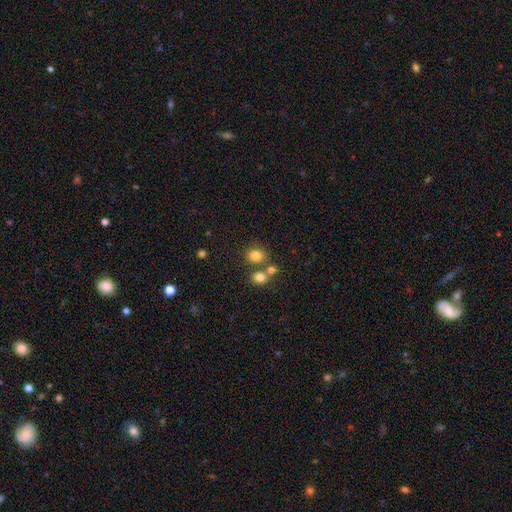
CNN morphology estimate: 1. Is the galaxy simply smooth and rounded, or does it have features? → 79% smooth, 14% star or artifact, 7% featured or disk.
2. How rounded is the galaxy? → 74% round, 25% in between, 1% cigar-shaped.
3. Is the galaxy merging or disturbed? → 64% none, 22% merger, 10% minor disturbance, 4% major disturbance.